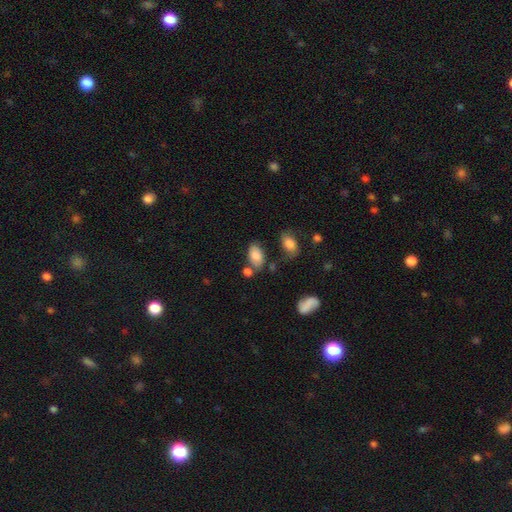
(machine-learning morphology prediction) smooth_or_featured: smooth (p=0.82) [alt: featured or disk p=0.09]
how_rounded: in between (p=0.92) [alt: round p=0.07]
merging: none (p=0.61) [alt: minor disturbance p=0.18]